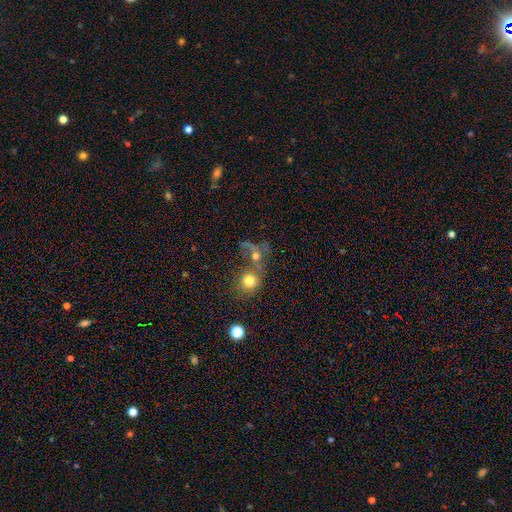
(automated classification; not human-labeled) Smooth or featured? Predicted: smooth (p=0.59). How rounded? Predicted: round (p=0.74). Merging? Predicted: merger (p=0.57).